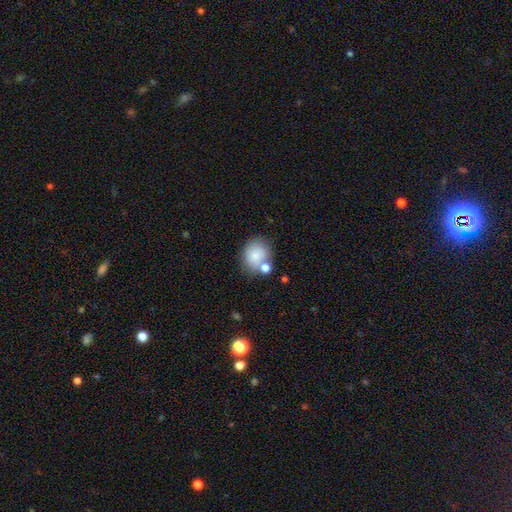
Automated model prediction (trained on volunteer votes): Overall: smooth (79%). How rounded: round (64%; in between 36%). Merging: none (55%; merger 23%).